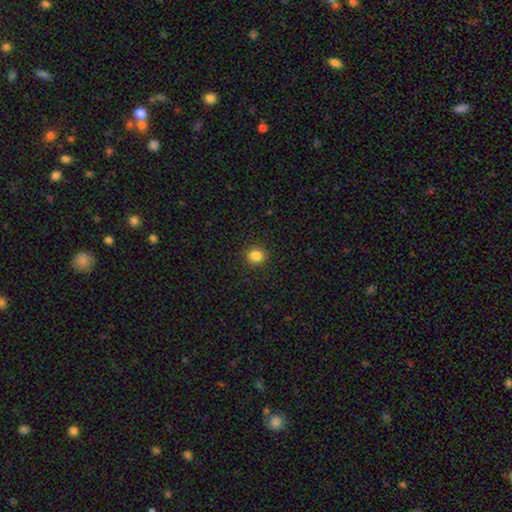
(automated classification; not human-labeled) smooth-or-featured: smooth: 84% | star or artifact: 11% | featured or disk: 4%
  how-rounded: round: 77% | in between: 22% | cigar-shaped: 1%
  merging: none: 90% | minor disturbance: 7% | major disturbance: 2% | merger: 1%